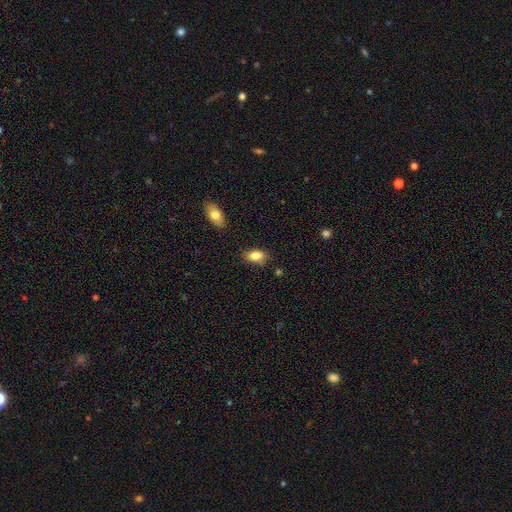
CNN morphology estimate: smooth 84%, star or artifact 8%, featured or disk 8%. Down the decision tree: how rounded — in between (88%); merging — none (77%).